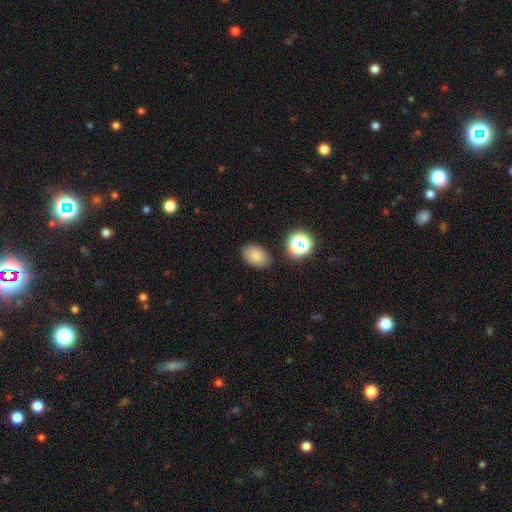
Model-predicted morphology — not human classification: Smooth or featured? smooth (82%)
How rounded? in between (83%)
Merging? none (82%)